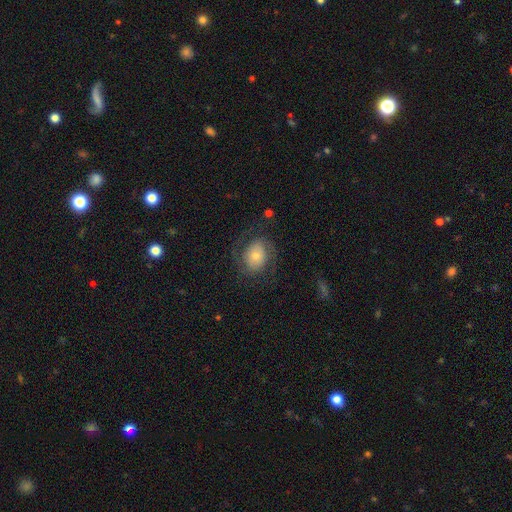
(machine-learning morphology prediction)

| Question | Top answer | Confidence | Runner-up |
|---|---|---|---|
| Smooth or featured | featured or disk | 55% | smooth (35%) |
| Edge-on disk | no | 96% | yes (4%) |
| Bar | no | 73% | weak (20%) |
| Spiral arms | yes | 82% | no (18%) |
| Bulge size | small | 48% | moderate (34%) |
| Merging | none | 68% | minor disturbance (15%) |